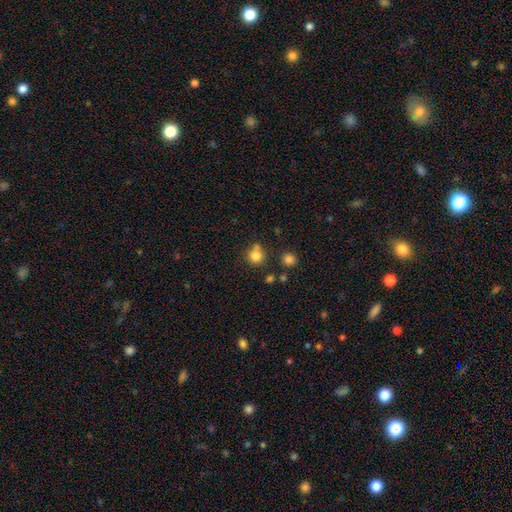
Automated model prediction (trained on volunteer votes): smooth 81%, star or artifact 12%, featured or disk 7%. Down the decision tree: how rounded — round (89%); merging — none (66%).